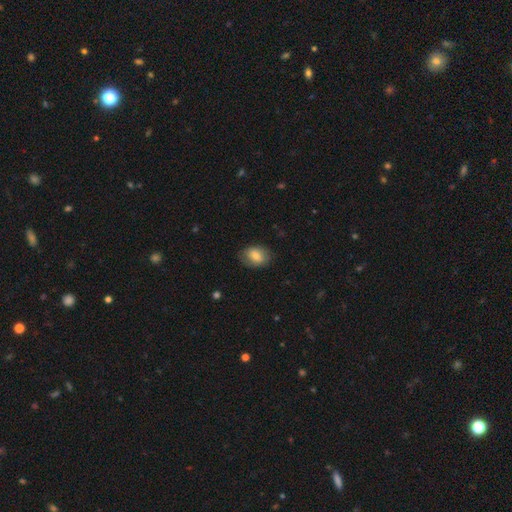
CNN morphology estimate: This is likely a smooth galaxy (75%). How rounded: likely in between (72%). Merging: likely none (78%).